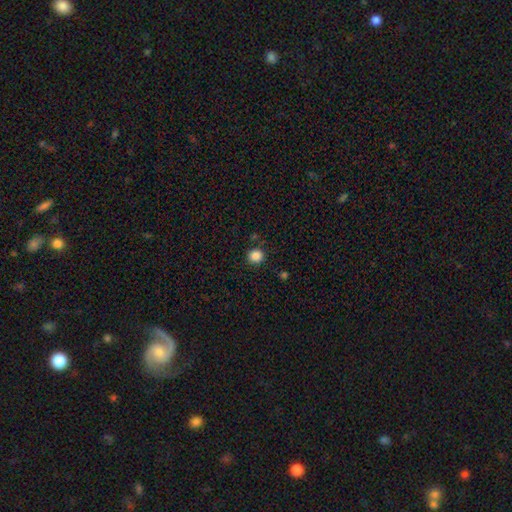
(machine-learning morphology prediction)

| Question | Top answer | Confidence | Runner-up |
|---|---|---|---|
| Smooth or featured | smooth | 86% | star or artifact (11%) |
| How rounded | round | 92% | in between (7%) |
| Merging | none | 89% | minor disturbance (6%) |